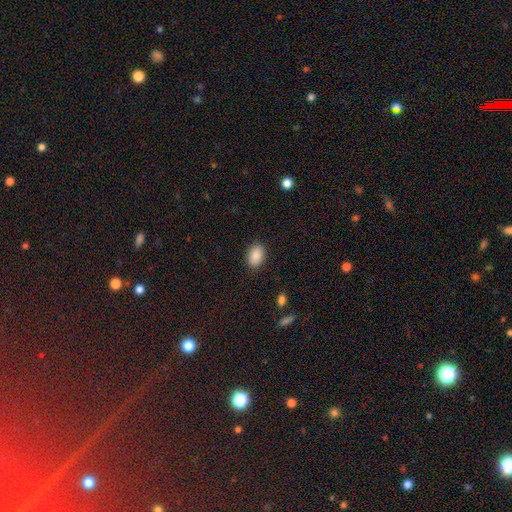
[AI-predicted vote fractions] The model was most divided on "how rounded": in between: 86%, round: 13%, cigar-shaped: 1%. More confident: smooth or featured — smooth (89%); merging — none (87%).